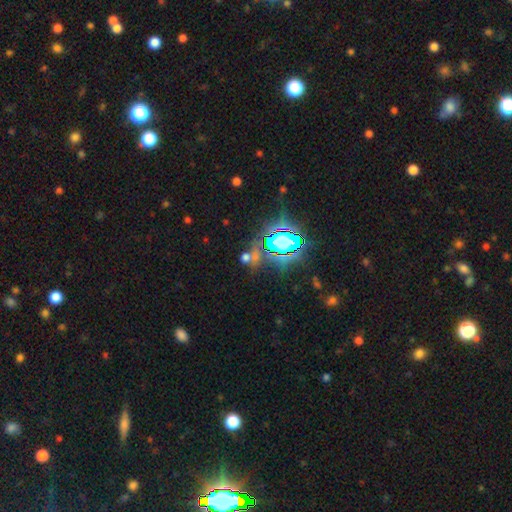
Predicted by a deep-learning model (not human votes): A star or artifact, not a galaxy (69%).